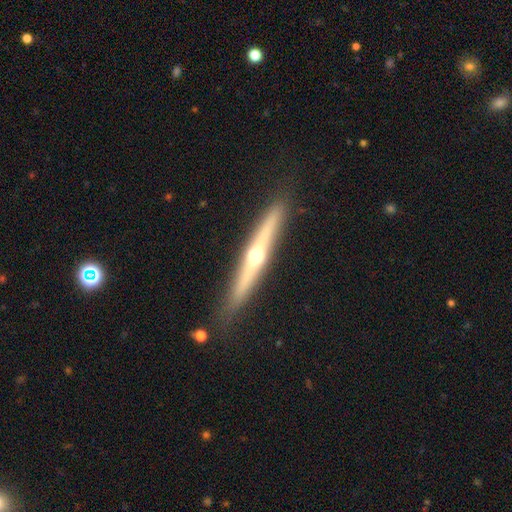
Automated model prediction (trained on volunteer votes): smooth_or_featured: featured or disk (p=0.66) [alt: smooth p=0.27]
disk_edge_on: yes (p=0.96) [alt: no p=0.04]
edge_on_bulge: rounded (p=0.91) [alt: none p=0.07]
merging: none (p=0.87) [alt: minor disturbance p=0.09]